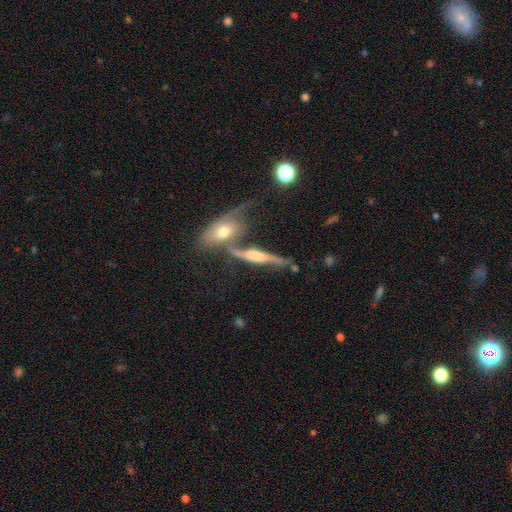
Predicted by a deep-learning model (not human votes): Smooth or featured: featured or disk — 66% (smooth — 26%)
Edge-on disk: yes — 66% (no — 34%)
Merging: merger — 46% (none — 30%)